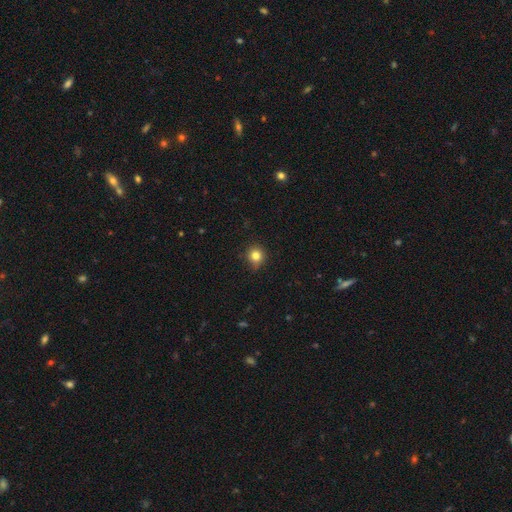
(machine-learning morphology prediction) type=smooth (82%); roundness=round (90%); merging=none (83%).